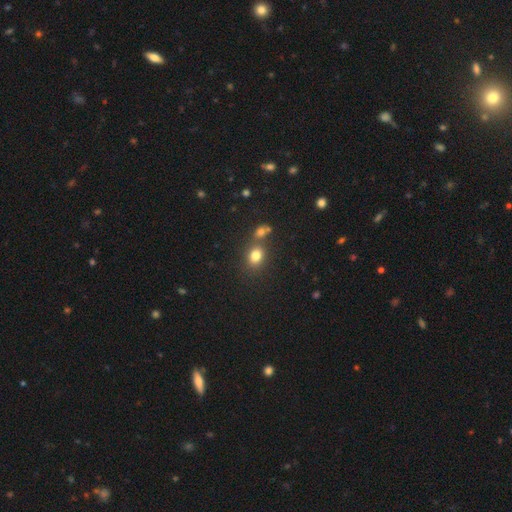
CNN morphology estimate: smooth-or-featured: smooth: 80% | star or artifact: 13% | featured or disk: 7%
  how-rounded: round: 51% | in between: 48% | cigar-shaped: 1%
  merging: none: 62% | merger: 24% | minor disturbance: 11% | major disturbance: 4%